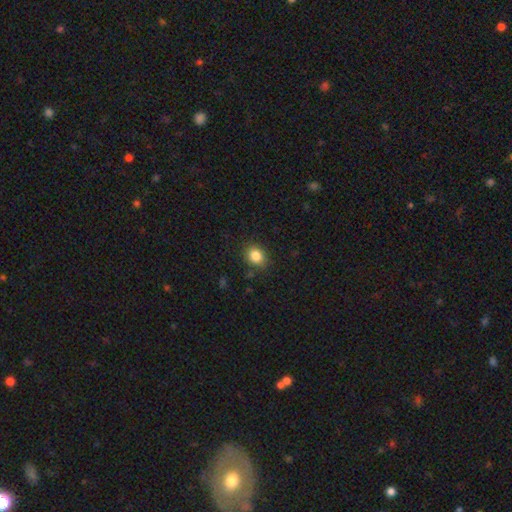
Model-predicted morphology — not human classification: The model was most divided on "how rounded": round: 60%, in between: 39%, cigar-shaped: 1%. More confident: merging — none (86%); smooth or featured — smooth (84%).